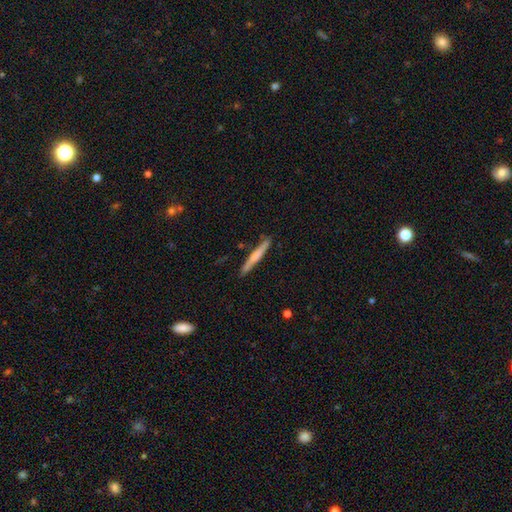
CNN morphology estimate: The model was most divided on "smooth or featured": smooth: 50%, featured or disk: 44%, star or artifact: 5%. More confident: how rounded — cigar-shaped (96%); merging — none (88%).